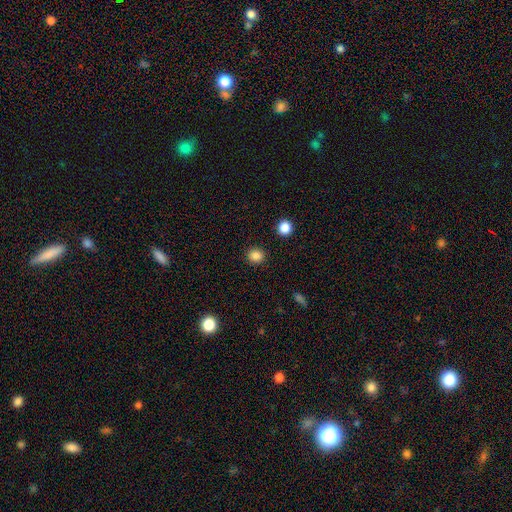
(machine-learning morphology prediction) smooth-or-featured: smooth: 86% | star or artifact: 11% | featured or disk: 3%
  how-rounded: round: 83% | in between: 16% | cigar-shaped: 1%
  merging: none: 91% | minor disturbance: 5% | major disturbance: 2% | merger: 1%